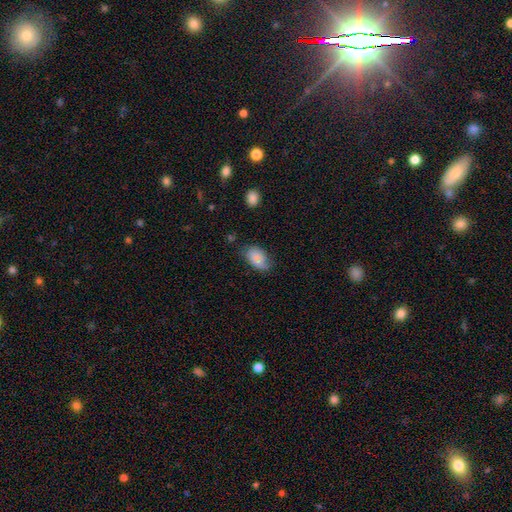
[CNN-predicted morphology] Smooth or featured? smooth (82%)
How rounded? in between (91%)
Merging? none (59%)